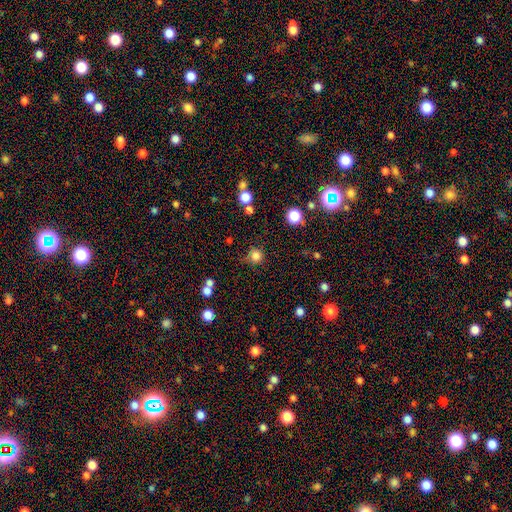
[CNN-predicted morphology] Overall: smooth (82%). How rounded: round (93%). Merging: none (77%).